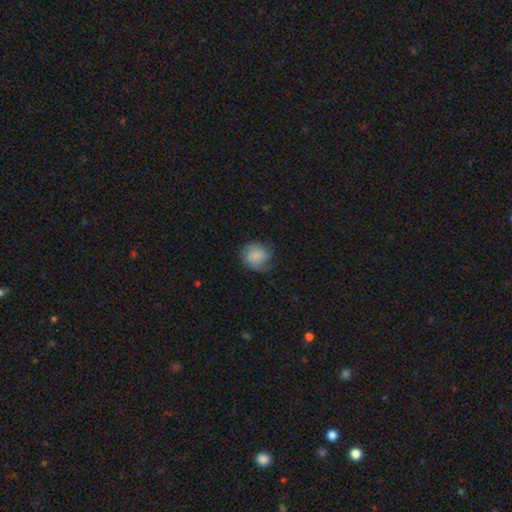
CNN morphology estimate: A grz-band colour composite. It shows a smooth galaxy with no disk features (70%) that is round (79%). Merging: none (66%).